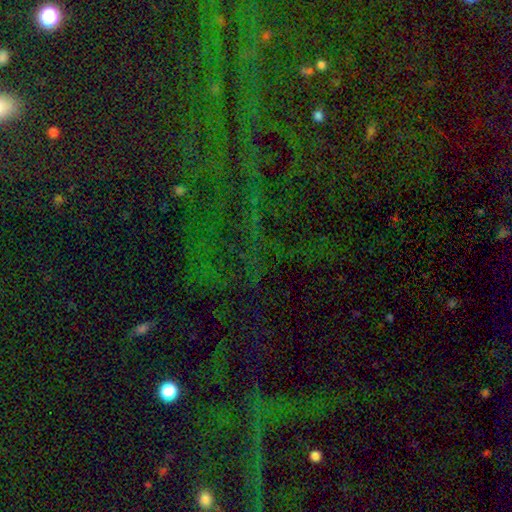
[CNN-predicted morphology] Overall: star or artifact (78%).